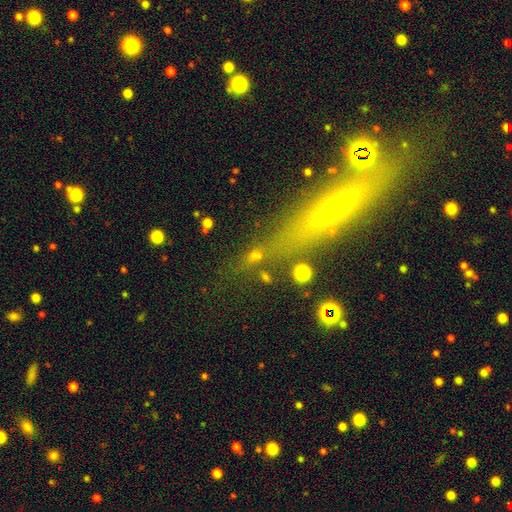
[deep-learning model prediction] Morphology: type=smooth (45%); merging=none (58%).